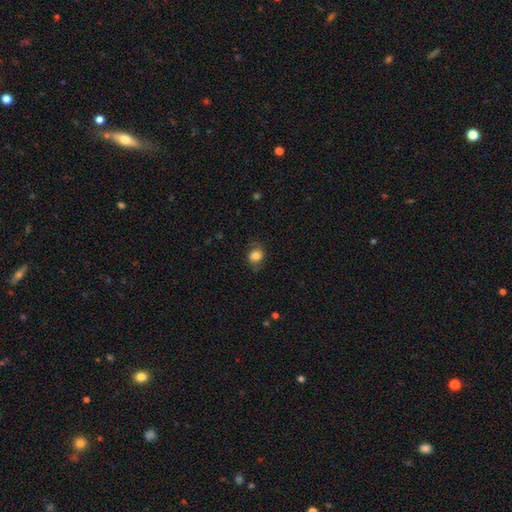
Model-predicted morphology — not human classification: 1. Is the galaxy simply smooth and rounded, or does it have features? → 78% smooth, 13% featured or disk, 9% star or artifact.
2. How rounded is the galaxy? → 60% round, 39% in between, 1% cigar-shaped.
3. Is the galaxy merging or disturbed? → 69% none, 22% minor disturbance, 8% major disturbance, 1% merger.